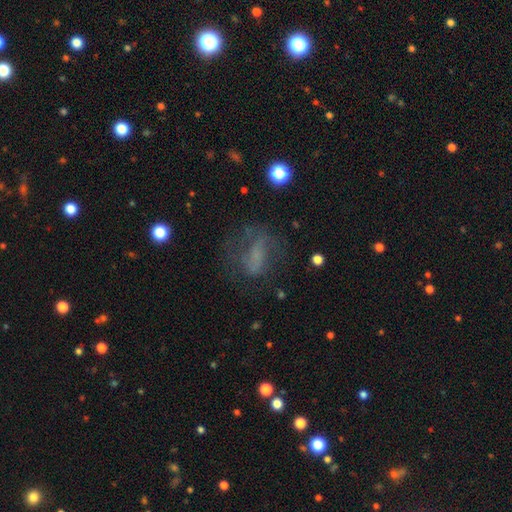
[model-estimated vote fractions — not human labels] Smooth or featured? Predicted: smooth (p=0.45). Merging? Predicted: none (p=0.49).